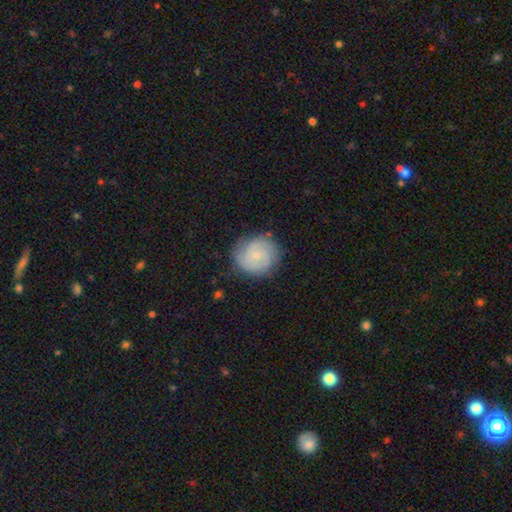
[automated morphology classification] Smooth or featured? featured or disk (48%)
Merging? none (78%)